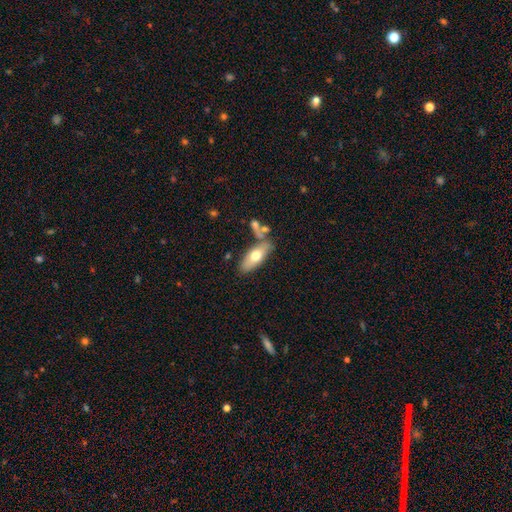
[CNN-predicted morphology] Smooth or featured? smooth (63%)
How rounded? in between (71%)
Merging? none (63%)